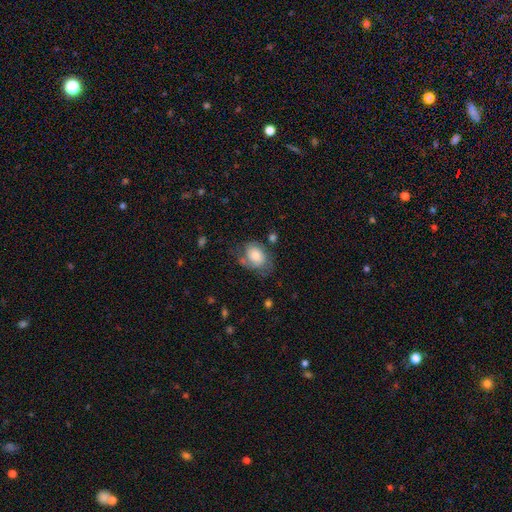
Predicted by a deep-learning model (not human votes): Smooth or featured? smooth (54%)
How rounded? in between (69%)
Merging? none (47%)